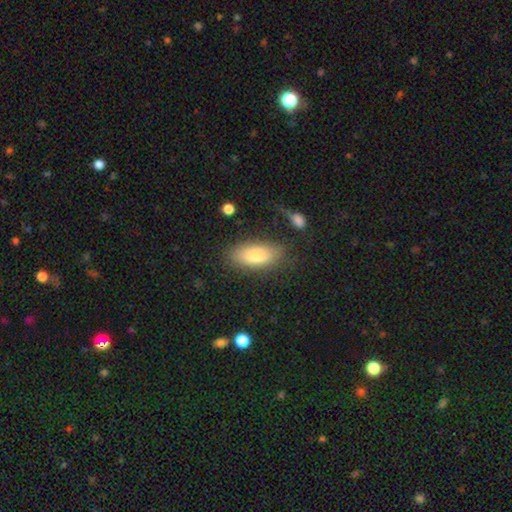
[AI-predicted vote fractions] Smooth or featured? Predicted: smooth (p=0.79). How rounded? Predicted: in between (p=0.84). Merging? Predicted: none (p=0.74).